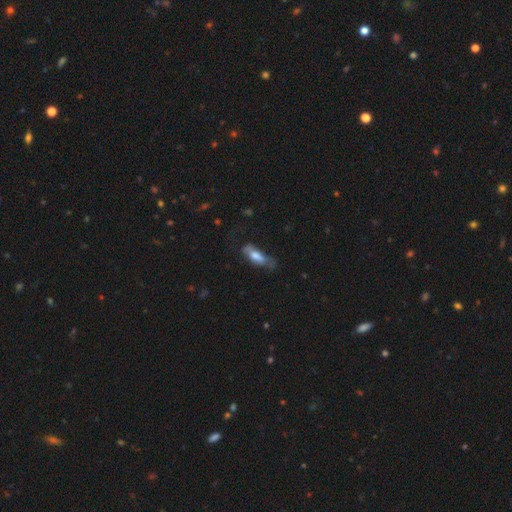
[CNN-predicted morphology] smooth-or-featured: smooth: 63% | featured or disk: 29% | star or artifact: 8%
  how-rounded: in between: 62% | cigar-shaped: 36% | round: 2%
  merging: none: 42% | minor disturbance: 31% | major disturbance: 24% | merger: 3%